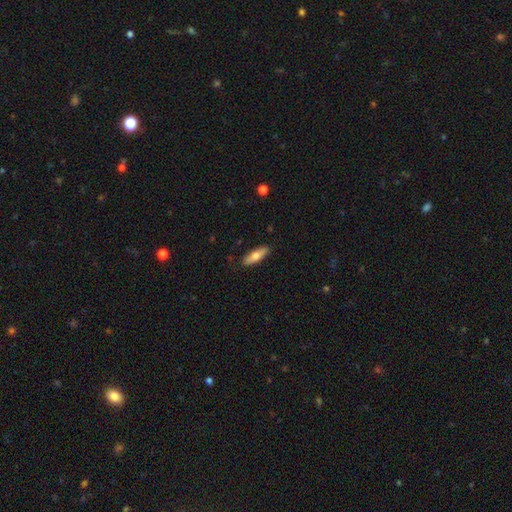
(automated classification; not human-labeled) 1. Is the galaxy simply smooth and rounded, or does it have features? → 67% smooth, 28% featured or disk, 6% star or artifact.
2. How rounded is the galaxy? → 52% cigar-shaped, 46% in between, 2% round.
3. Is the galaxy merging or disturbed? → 87% none, 10% minor disturbance, 2% major disturbance, 1% merger.